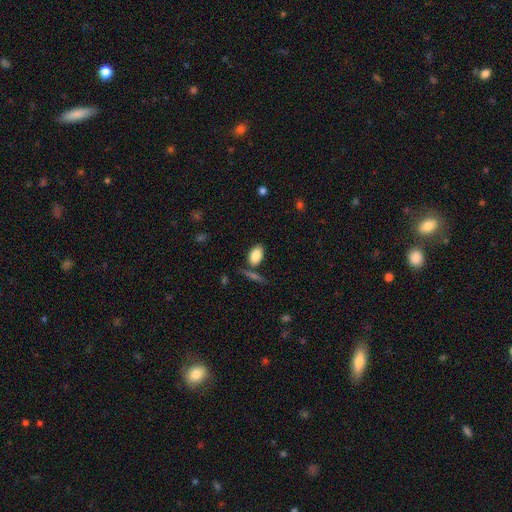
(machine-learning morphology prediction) smooth 85%, featured or disk 7%, star or artifact 7%. Down the decision tree: how rounded — in between (91%); merging — none (70%).